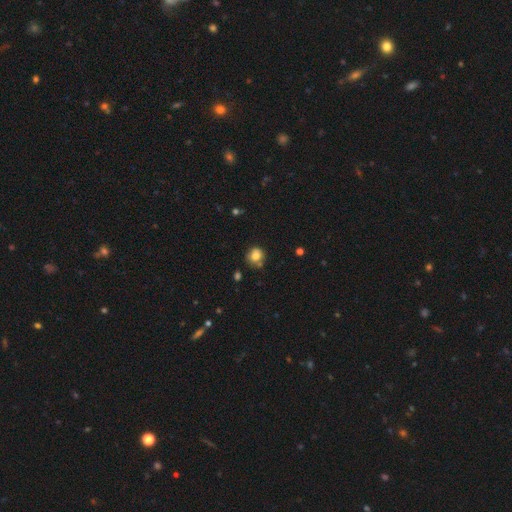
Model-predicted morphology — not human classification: A smooth galaxy with no disk features (76%) that is round (81%). Merging: none (66%).